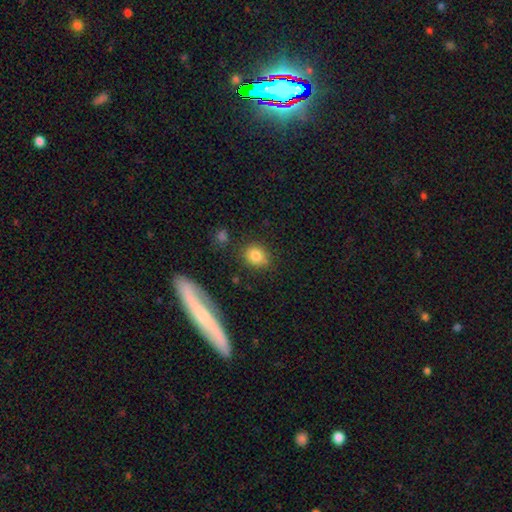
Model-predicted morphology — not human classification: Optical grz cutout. It shows a smooth galaxy with no disk features (83%) that is round (66%). Merging: none (77%).